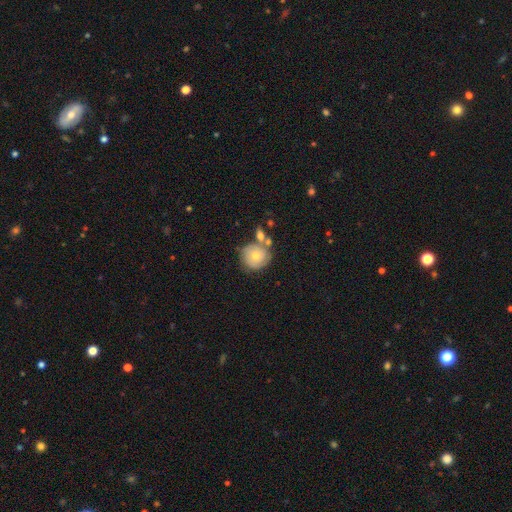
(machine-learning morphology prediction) Smooth or featured: smooth — 57% (featured or disk — 35%)
How rounded: round — 89% (in between — 10%)
Merging: none — 52% (merger — 25%)